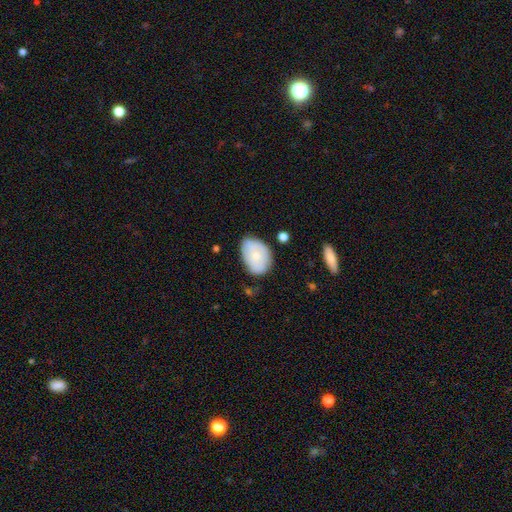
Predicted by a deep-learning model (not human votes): Smooth or featured? smooth (61%)
How rounded? in between (80%)
Merging? none (68%)